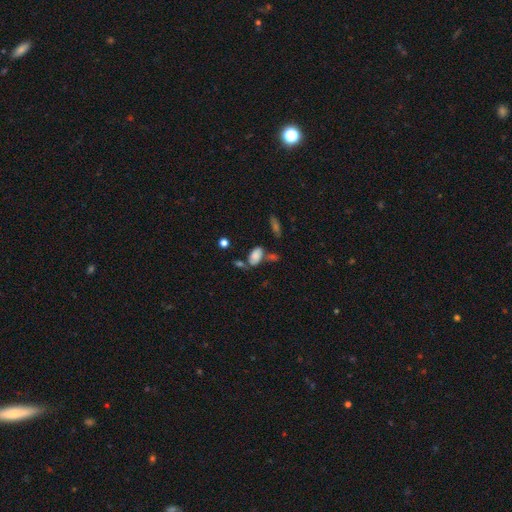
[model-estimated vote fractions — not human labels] This is likely a smooth galaxy (78%). How rounded: clearly in between (92%). Merging: possibly none (47%).